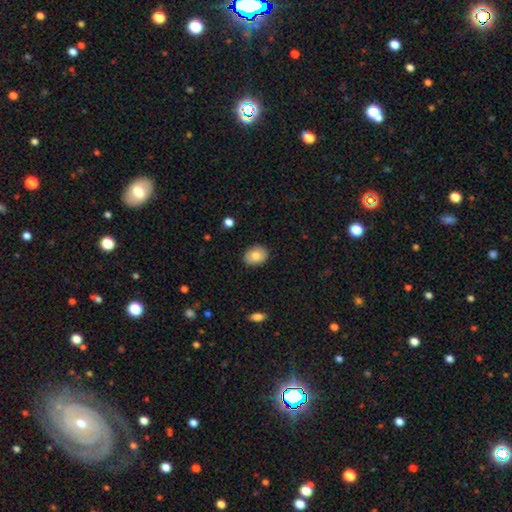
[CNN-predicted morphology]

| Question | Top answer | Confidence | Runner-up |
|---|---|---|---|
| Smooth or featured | smooth | 82% | featured or disk (11%) |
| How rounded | in between | 65% | round (34%) |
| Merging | none | 87% | minor disturbance (10%) |